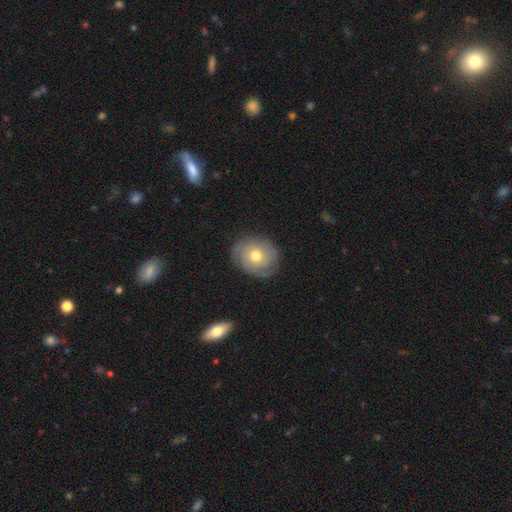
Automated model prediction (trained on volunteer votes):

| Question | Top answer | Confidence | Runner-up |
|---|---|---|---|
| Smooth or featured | featured or disk | 50% | smooth (42%) |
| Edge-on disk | no | 96% | yes (4%) |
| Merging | none | 78% | minor disturbance (16%) |